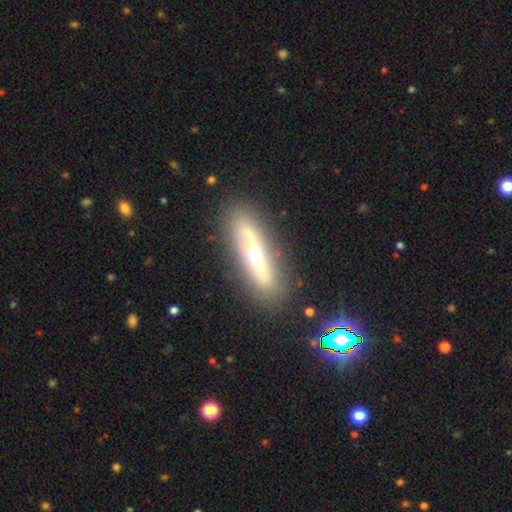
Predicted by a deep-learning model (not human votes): Smooth or featured: featured or disk — 58% (smooth — 31%)
Edge-on disk: yes — 63% (no — 37%)
Merging: none — 76% (minor disturbance — 14%)